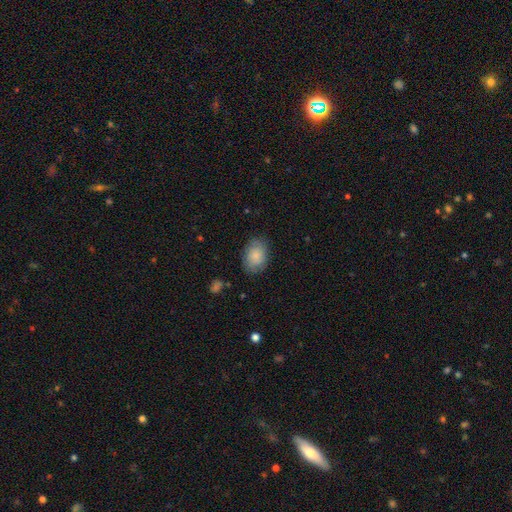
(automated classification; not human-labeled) Morphology: type=smooth (71%); roundness=in between (78%); merging=none (78%).